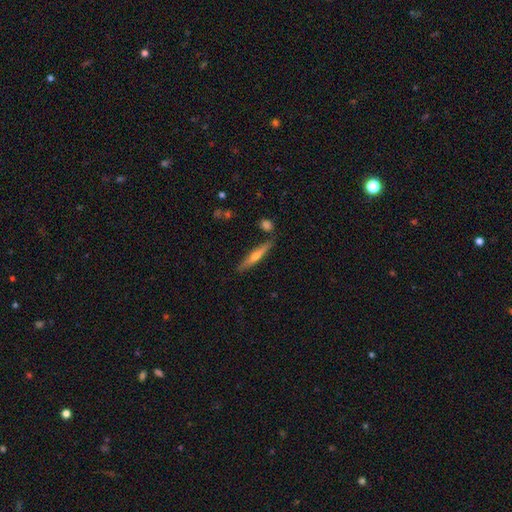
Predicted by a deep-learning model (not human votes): Q: Smooth or featured?
A: featured or disk (52%); runner-up: smooth (42%)
Q: Edge-on disk?
A: yes (95%); runner-up: no (5%)
Q: Merging?
A: none (83%); runner-up: minor disturbance (10%)